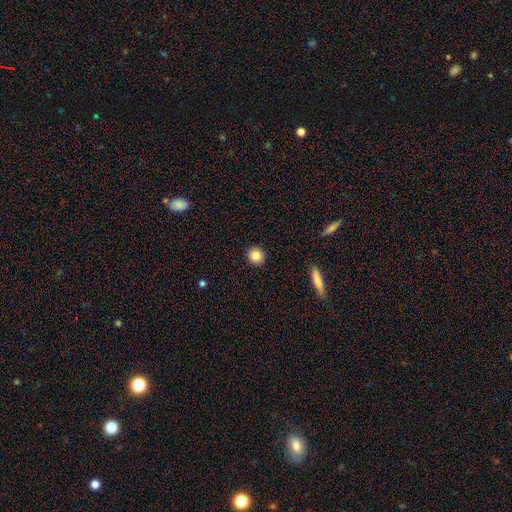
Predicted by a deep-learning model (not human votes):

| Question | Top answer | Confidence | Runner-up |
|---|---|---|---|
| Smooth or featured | smooth | 83% | star or artifact (10%) |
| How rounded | round | 89% | in between (10%) |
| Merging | none | 92% | minor disturbance (5%) |